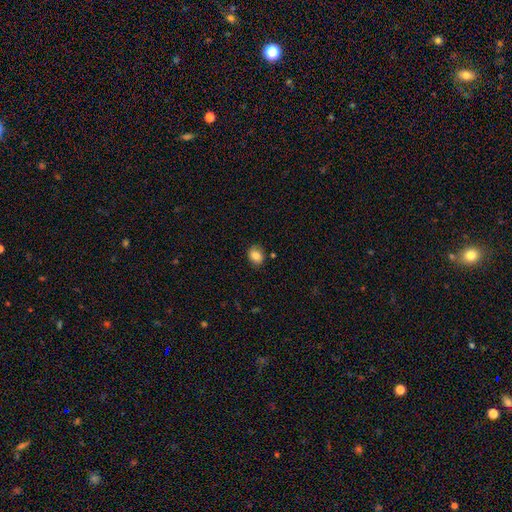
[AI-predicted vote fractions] smooth 83%, star or artifact 9%, featured or disk 8%. Down the decision tree: how rounded — round (50%); merging — none (78%).